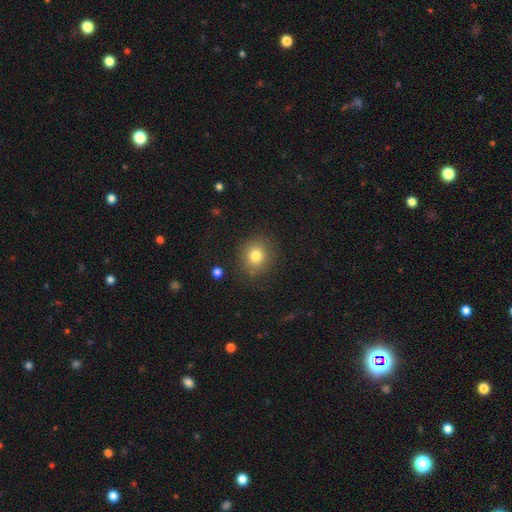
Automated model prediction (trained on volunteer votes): Morphology: type=smooth (80%); roundness=round (81%); merging=none (84%).